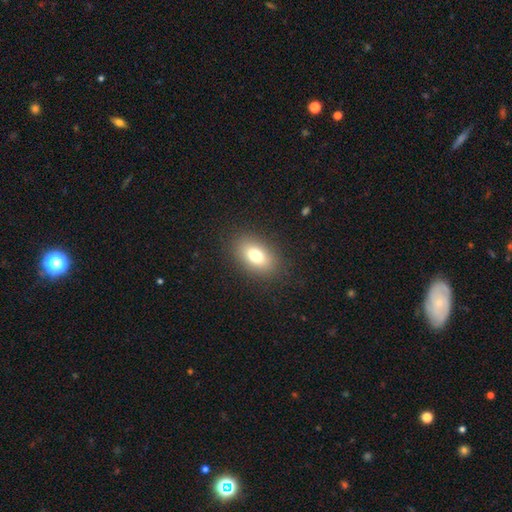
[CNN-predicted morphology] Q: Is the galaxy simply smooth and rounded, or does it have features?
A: smooth — 77%.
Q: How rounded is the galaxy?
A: in between — 87%.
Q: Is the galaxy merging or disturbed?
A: none — 87%.